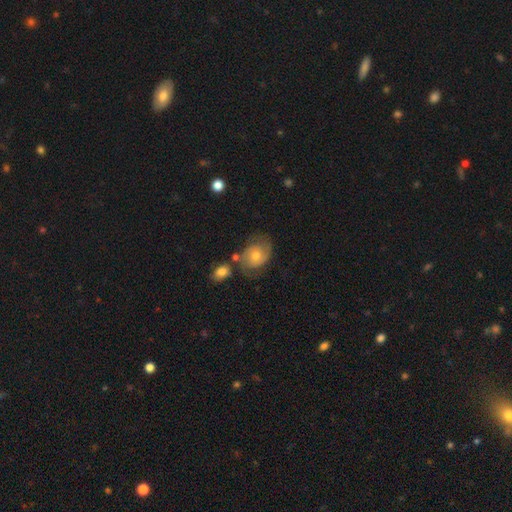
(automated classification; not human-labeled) smooth-or-featured: featured or disk: 57% | smooth: 33% | star or artifact: 9%
  disk-edge-on: no: 97% | yes: 3%
    bar: no: 77% | weak: 20% | strong: 3%
    has-spiral-arms: yes: 84% | no: 16%
    bulge-size: moderate: 60% | small: 32% | large: 5% | none: 2% | dominant: 1%
  merging: none: 58% | minor disturbance: 21% | merger: 11% | major disturbance: 10%